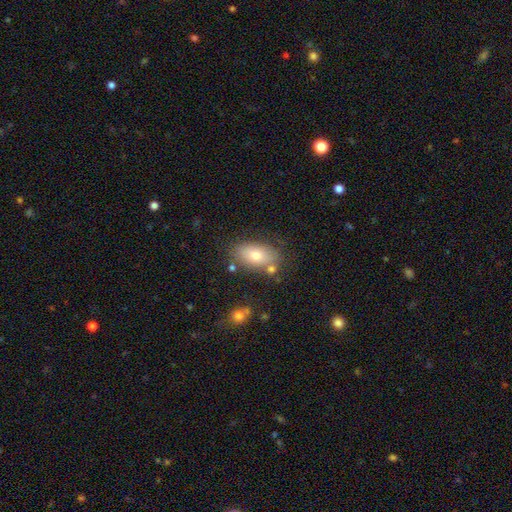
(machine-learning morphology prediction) smooth-or-featured: smooth: 71% | featured or disk: 19% | star or artifact: 10%
  how-rounded: in between: 89% | round: 8% | cigar-shaped: 3%
  merging: none: 75% | minor disturbance: 14% | merger: 8% | major disturbance: 4%